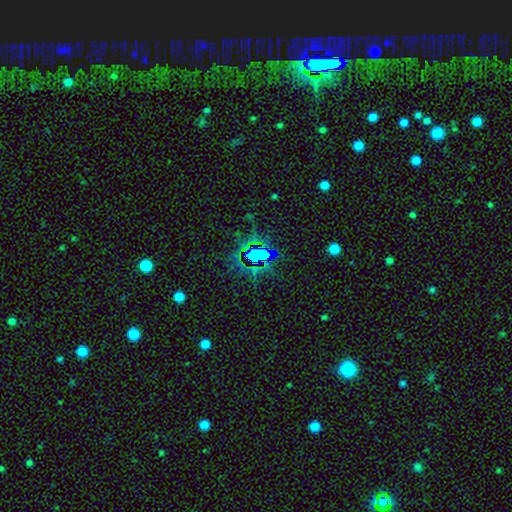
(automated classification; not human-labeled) A star or artifact, not a galaxy (73%).

Vote fractions:
- Smooth or featured? star or artifact: 73% / smooth: 16% / featured or disk: 11%